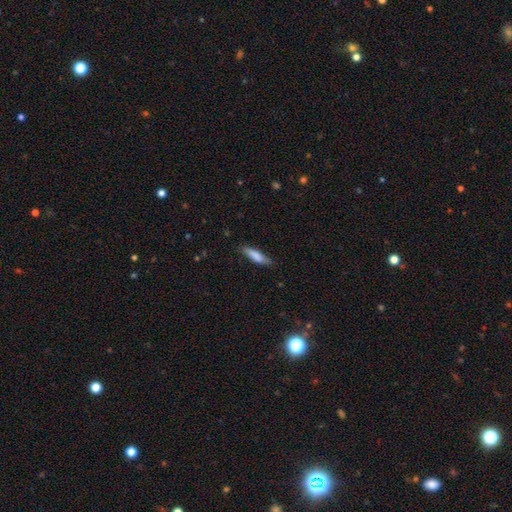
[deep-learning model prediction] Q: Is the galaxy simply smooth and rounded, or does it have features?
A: smooth — 80%.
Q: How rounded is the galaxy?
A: cigar-shaped — 68%.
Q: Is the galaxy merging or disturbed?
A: none — 78%.